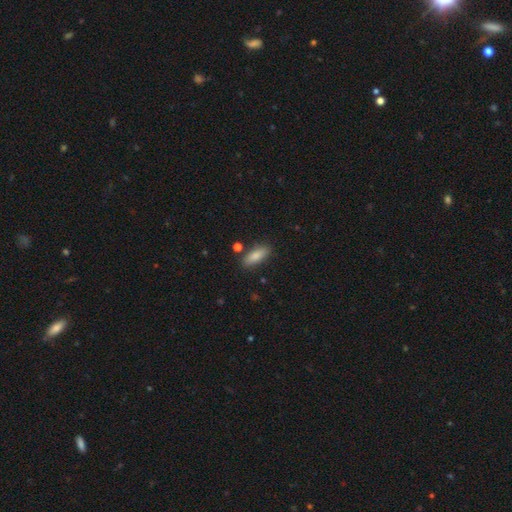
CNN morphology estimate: Overall: smooth (84%). How rounded: in between (67%; cigar-shaped 30%). Merging: none (82%).